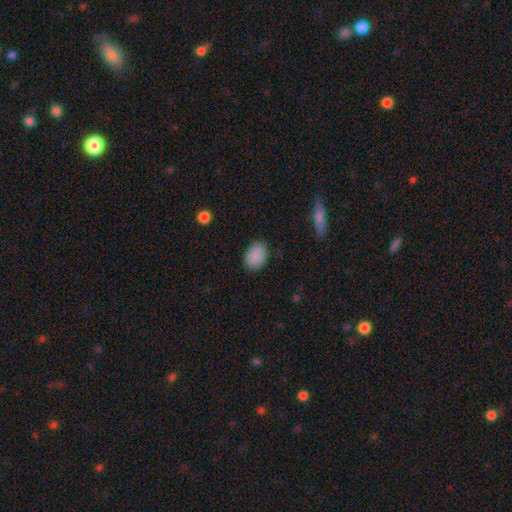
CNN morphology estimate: smooth-or-featured: smooth: 88% | star or artifact: 8% | featured or disk: 4%
  how-rounded: in between: 68% | round: 30% | cigar-shaped: 1%
  merging: none: 79% | minor disturbance: 16% | major disturbance: 3% | merger: 1%